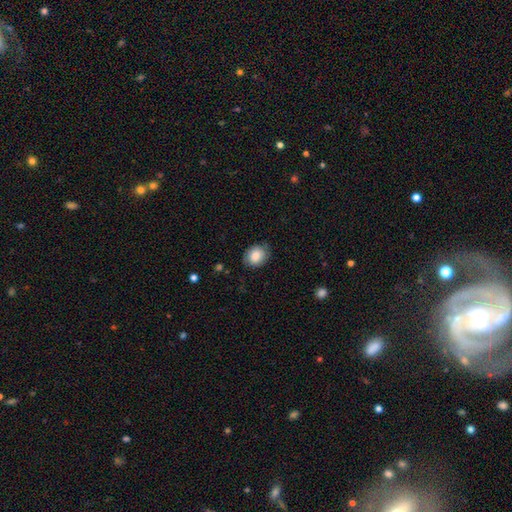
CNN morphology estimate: type=smooth (84%); roundness=round (54%); merging=none (77%).